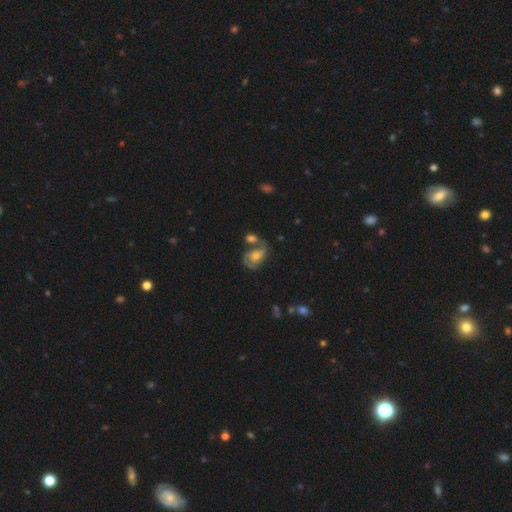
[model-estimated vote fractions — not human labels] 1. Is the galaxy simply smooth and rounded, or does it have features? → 64% featured or disk, 27% smooth, 10% star or artifact.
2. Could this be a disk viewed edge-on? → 96% no, 4% yes.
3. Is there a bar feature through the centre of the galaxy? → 61% no, 31% weak, 8% strong.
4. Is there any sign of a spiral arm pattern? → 83% yes, 17% no.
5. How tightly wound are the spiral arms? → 47% medium, 32% tight, 21% loose.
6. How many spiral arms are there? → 73% 2, 13% can't tell, 8% 1, 3% 3, 1% 4, 1% more than 4.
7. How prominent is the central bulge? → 54% moderate, 23% small, 16% large, 5% none, 2% dominant.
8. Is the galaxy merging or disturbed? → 42% none, 28% merger, 17% minor disturbance, 12% major disturbance.